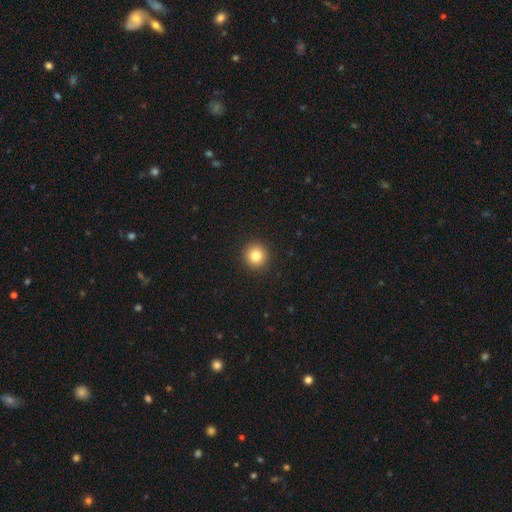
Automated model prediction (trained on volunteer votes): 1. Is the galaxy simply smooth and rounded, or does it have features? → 82% smooth, 11% star or artifact, 7% featured or disk.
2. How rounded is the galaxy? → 94% round, 5% in between, 1% cigar-shaped.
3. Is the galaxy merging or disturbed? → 93% none, 4% minor disturbance, 2% major disturbance, 1% merger.